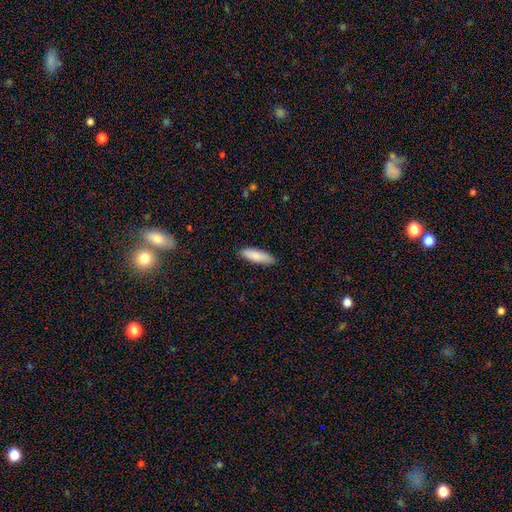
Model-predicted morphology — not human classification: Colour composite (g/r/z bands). It shows a smooth galaxy with no disk features (86%) that is cigar-shaped (53%). Merging: none (87%).